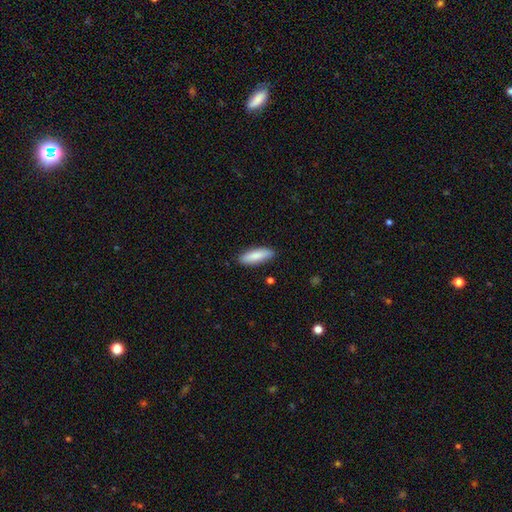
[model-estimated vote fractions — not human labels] The model was most divided on "how rounded": in between: 51%, cigar-shaped: 48%, round: 2%. More confident: merging — none (88%); smooth or featured — smooth (84%).